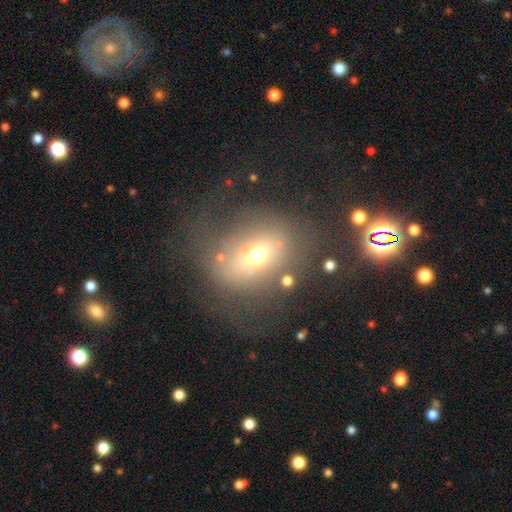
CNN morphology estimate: Smooth or featured: smooth — 52% (featured or disk — 32%)
How rounded: round — 55% (in between — 44%)
Merging: none — 50% (major disturbance — 25%)